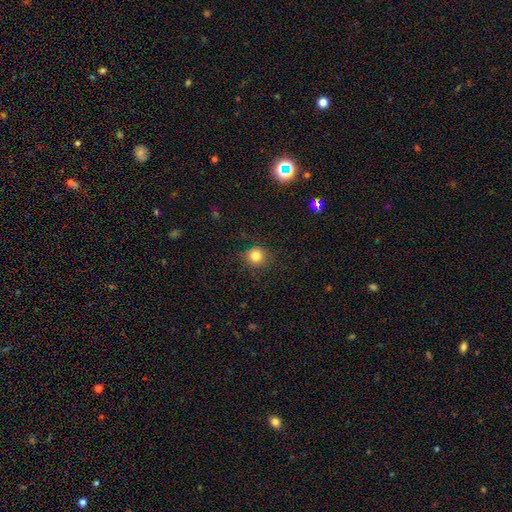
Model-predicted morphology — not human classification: This is clearly a smooth galaxy (82%). How rounded: clearly round (90%). Merging: clearly none (86%).